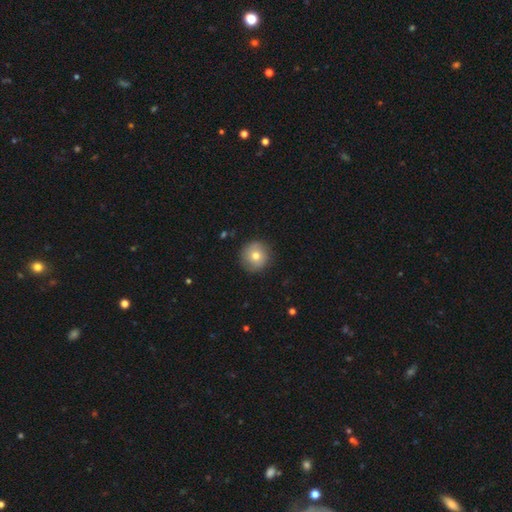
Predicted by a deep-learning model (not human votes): This appears to be a smooth galaxy with no disk features (69%) that is round (94%). Merging: none (87%).